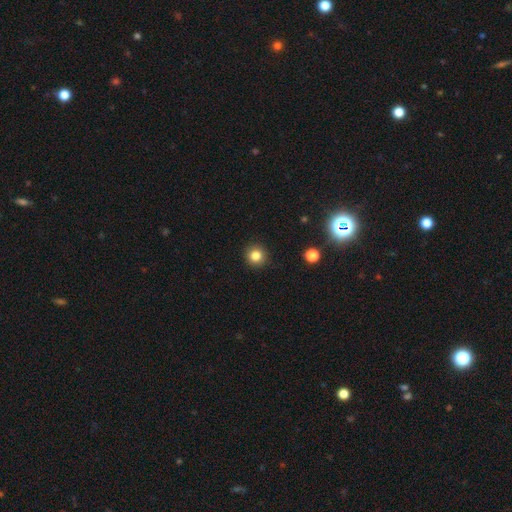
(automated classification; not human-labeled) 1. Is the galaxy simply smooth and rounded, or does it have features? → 82% smooth, 12% star or artifact, 6% featured or disk.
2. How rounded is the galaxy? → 93% round, 6% in between, 1% cigar-shaped.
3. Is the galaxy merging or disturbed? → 92% none, 5% minor disturbance, 2% major disturbance, 1% merger.